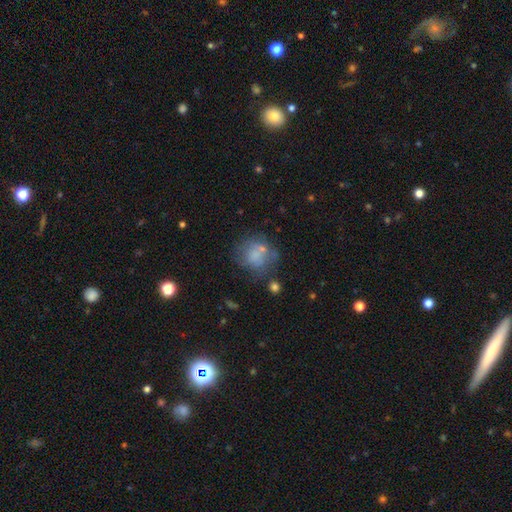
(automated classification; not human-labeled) smooth-or-featured: smooth: 60% | featured or disk: 27% | star or artifact: 12%
  how-rounded: round: 75% | in between: 24% | cigar-shaped: 1%
  merging: none: 47% | minor disturbance: 20% | merger: 18% | major disturbance: 15%